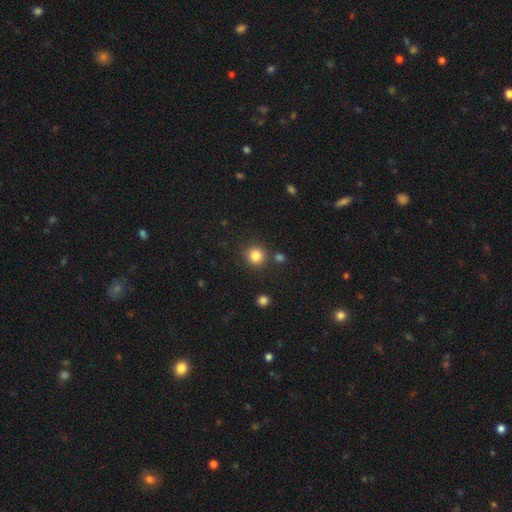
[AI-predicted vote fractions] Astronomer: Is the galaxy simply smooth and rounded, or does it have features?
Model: smooth — 84%.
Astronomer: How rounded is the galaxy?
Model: round — 91%.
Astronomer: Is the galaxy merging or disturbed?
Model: none — 84%.